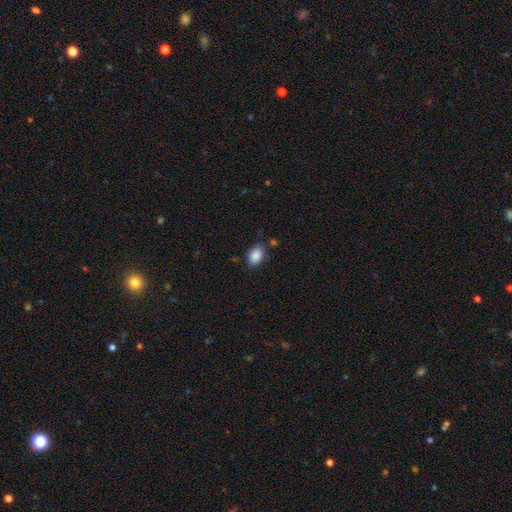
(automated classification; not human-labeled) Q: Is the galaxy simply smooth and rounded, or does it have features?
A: smooth — 89%.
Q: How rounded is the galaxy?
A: in between — 88%.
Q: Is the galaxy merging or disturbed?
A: none — 80%.